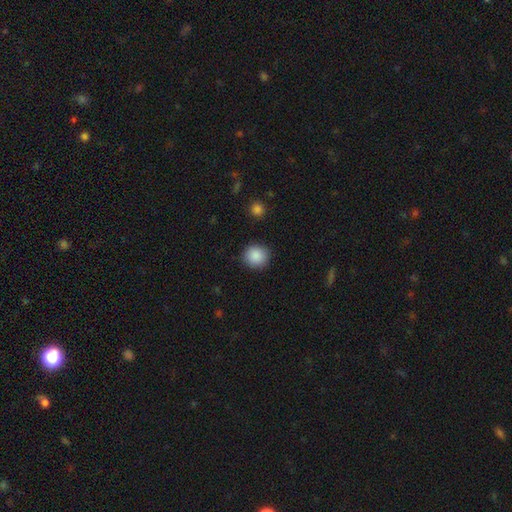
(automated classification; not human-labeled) A smooth galaxy with no disk features (89%) that is round (88%). Merging: none (90%).